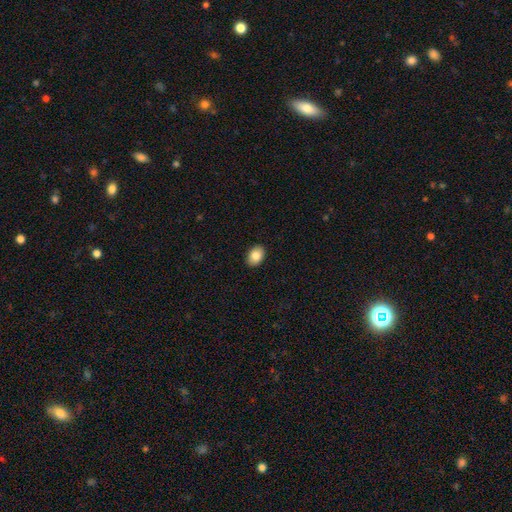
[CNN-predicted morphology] This is clearly a smooth galaxy (85%). How rounded: clearly in between (81%). Merging: clearly none (90%).